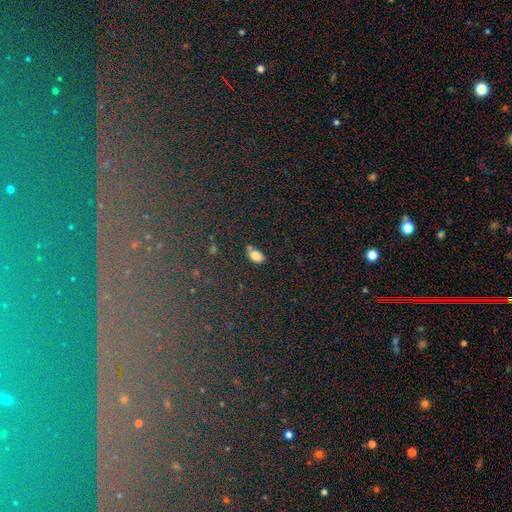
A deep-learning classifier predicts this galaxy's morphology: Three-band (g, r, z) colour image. It shows a smooth galaxy with no disk features (82%) that is in between round and cigar-shaped (91%). Merging: none (72%).